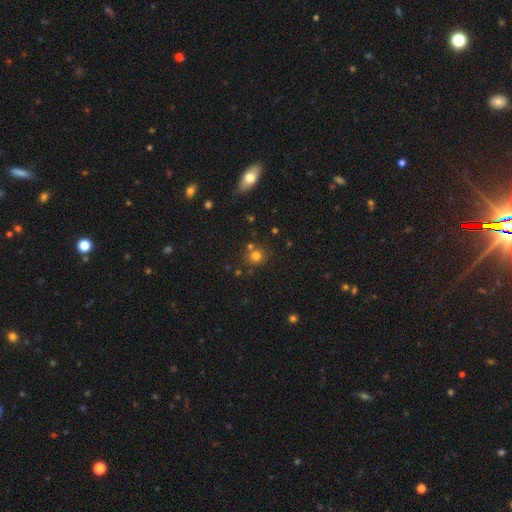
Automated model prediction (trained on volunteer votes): Q: Smooth or featured?
A: smooth (75%); runner-up: star or artifact (17%)
Q: How rounded?
A: round (89%); runner-up: in between (10%)
Q: Merging?
A: none (71%); runner-up: merger (16%)